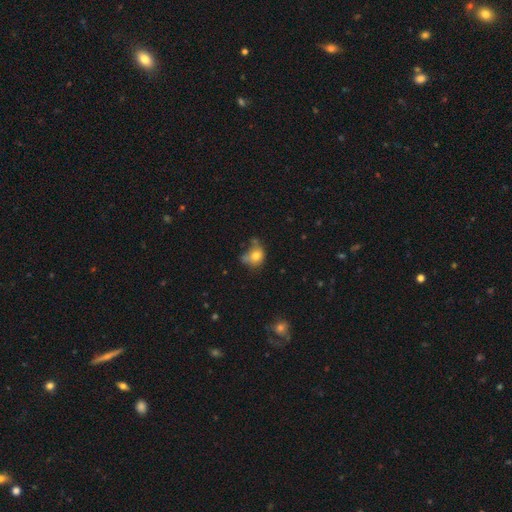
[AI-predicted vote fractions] This is likely a smooth galaxy (72%). How rounded: possibly in between (50%). Merging: marginally none (34%).